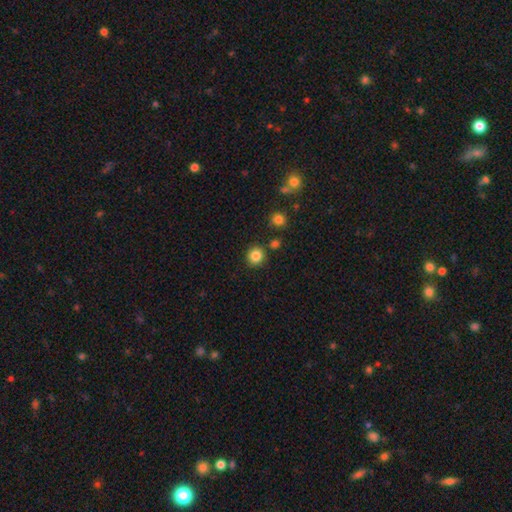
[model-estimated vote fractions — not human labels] Overall: smooth (84%). How rounded: round (90%). Merging: none (86%).